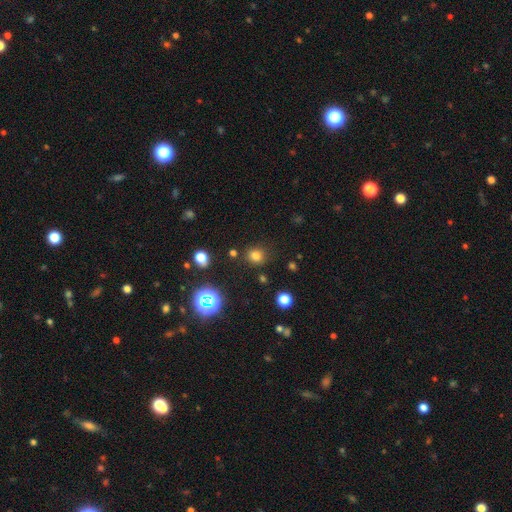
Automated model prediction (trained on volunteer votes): Smooth or featured?
  - smooth: 75% *
  - star or artifact: 20%
  - featured or disk: 6%
How rounded?
  - round: 79% *
  - in between: 20%
  - cigar-shaped: 1%
Merging?
  - none: 83% *
  - minor disturbance: 10%
  - major disturbance: 3%
  - merger: 3%